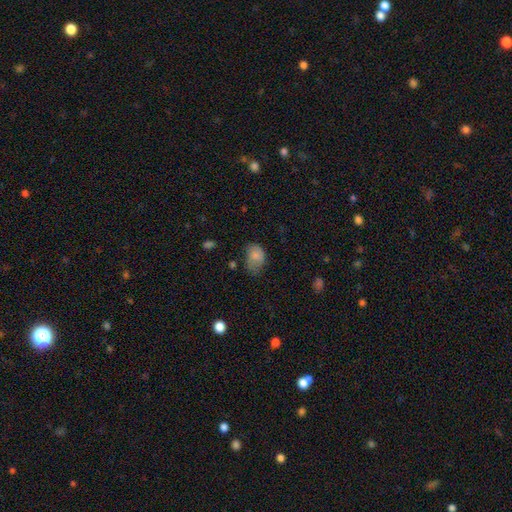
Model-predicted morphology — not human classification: Smooth or featured? smooth (78%)
How rounded? in between (76%)
Merging? none (40%, tied with minor disturbance)